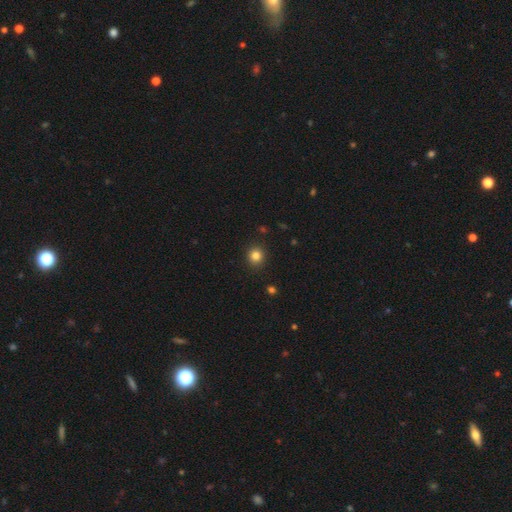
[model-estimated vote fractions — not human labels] Smooth or featured: smooth — 83% (star or artifact — 12%)
How rounded: round — 89% (in between — 10%)
Merging: none — 91% (minor disturbance — 6%)